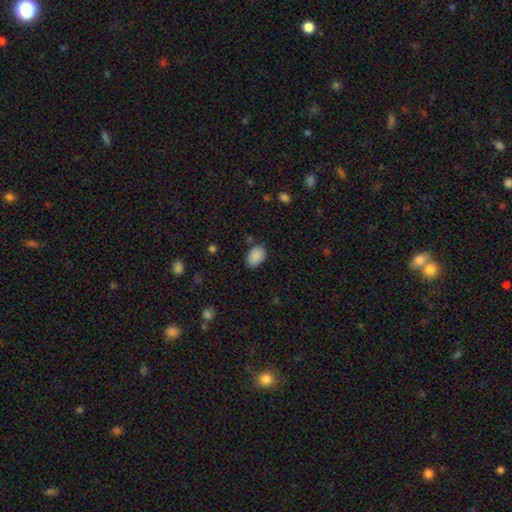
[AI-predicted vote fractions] Overall: smooth (88%). How rounded: in between (85%). Merging: none (79%).